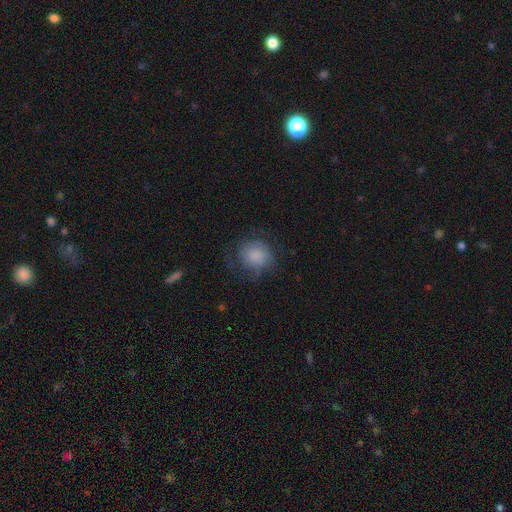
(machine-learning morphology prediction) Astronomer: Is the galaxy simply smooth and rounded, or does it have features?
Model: smooth — 69%.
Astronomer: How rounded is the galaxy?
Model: round — 76%.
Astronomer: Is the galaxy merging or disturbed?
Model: none — 55%.